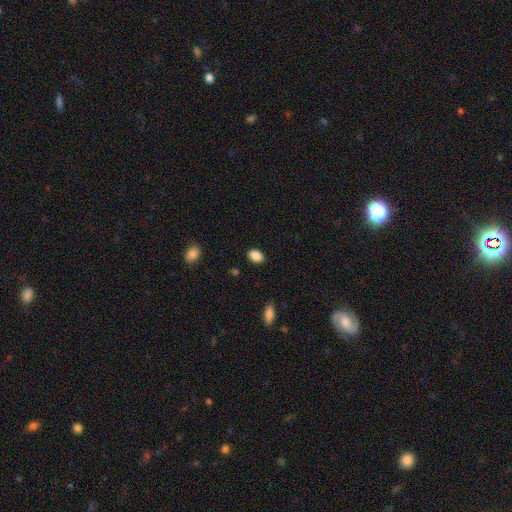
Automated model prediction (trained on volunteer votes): smooth-or-featured: smooth: 88% | star or artifact: 8% | featured or disk: 3%
  how-rounded: in between: 78% | round: 21% | cigar-shaped: 1%
  merging: none: 88% | minor disturbance: 9% | major disturbance: 2% | merger: 1%